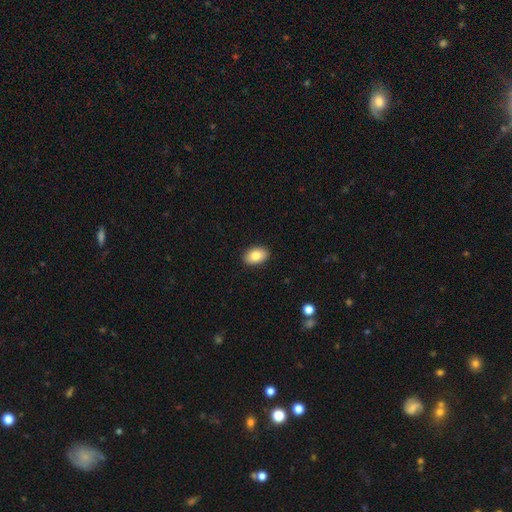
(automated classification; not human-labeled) Overall: smooth (83%). How rounded: in between (87%). Merging: none (90%).